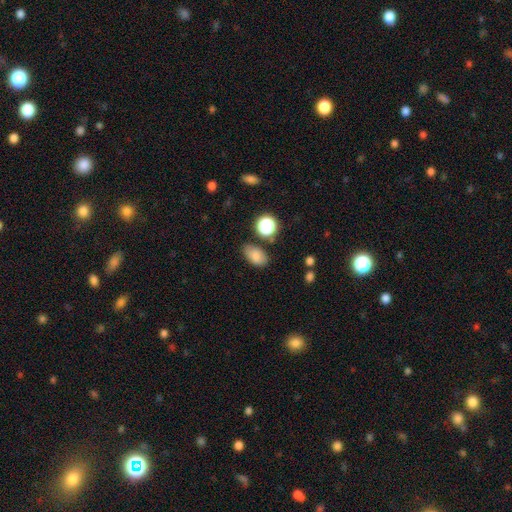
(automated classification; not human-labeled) Smooth or featured: smooth — 80% (star or artifact — 11%)
How rounded: in between — 87% (round — 11%)
Merging: none — 75% (minor disturbance — 16%)